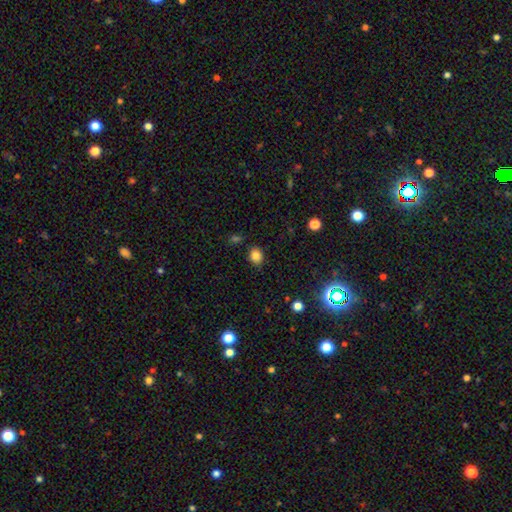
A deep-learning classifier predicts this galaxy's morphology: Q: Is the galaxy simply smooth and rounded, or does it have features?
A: smooth — 82%.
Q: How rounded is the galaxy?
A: round — 59%.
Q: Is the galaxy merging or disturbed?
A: none — 84%.